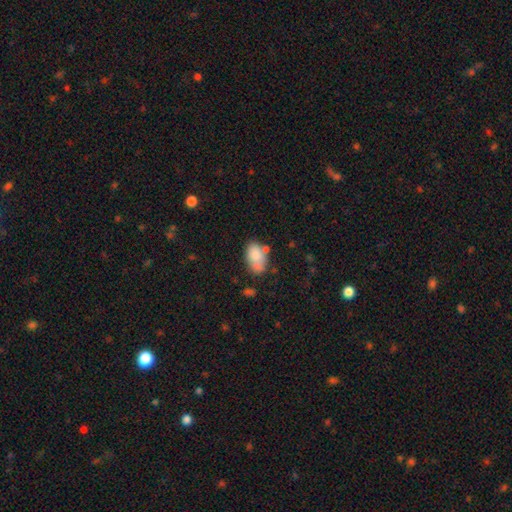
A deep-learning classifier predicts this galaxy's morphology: Q: Smooth or featured?
A: smooth (78%); runner-up: featured or disk (15%)
Q: How rounded?
A: in between (90%); runner-up: round (8%)
Q: Merging?
A: none (52%); runner-up: minor disturbance (24%)